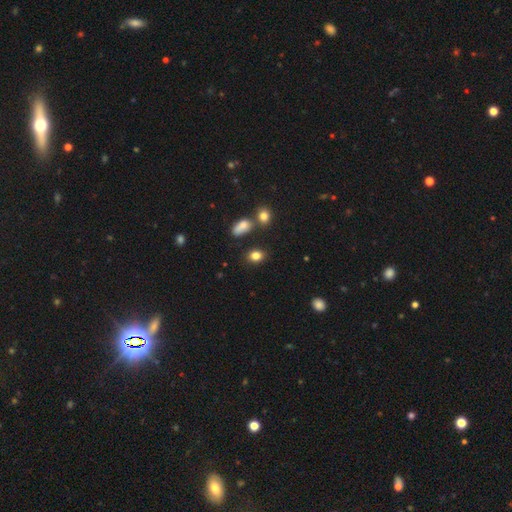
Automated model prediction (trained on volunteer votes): smooth-or-featured: smooth: 83% | star or artifact: 11% | featured or disk: 6%
  how-rounded: in between: 62% | round: 36% | cigar-shaped: 2%
  merging: none: 78% | minor disturbance: 11% | merger: 7% | major disturbance: 3%